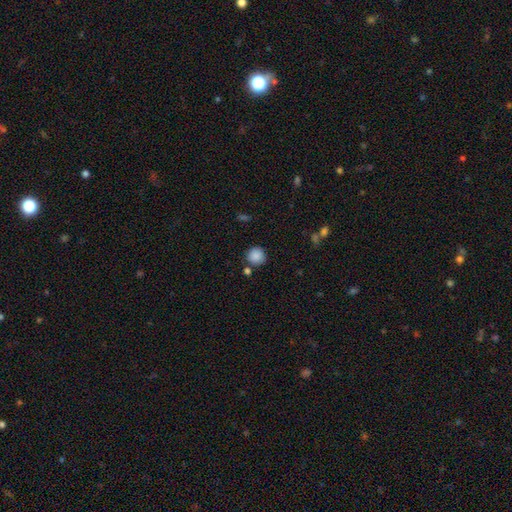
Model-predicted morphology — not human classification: A smooth galaxy with no disk features (88%) that is round (92%).

Vote fractions:
- Smooth or featured? smooth: 88% / star or artifact: 9% / featured or disk: 4%
- How rounded? round: 92% / in between: 7% / cigar-shaped: 1%
- Merging? none: 79% / minor disturbance: 10% / merger: 8% / major disturbance: 3%